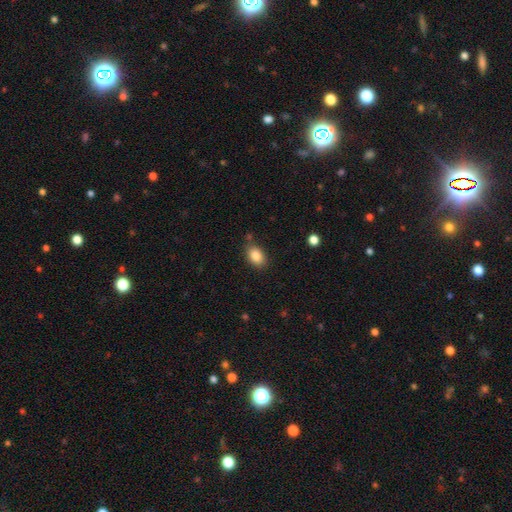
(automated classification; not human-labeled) smooth 86%, star or artifact 8%, featured or disk 6%. Down the decision tree: how rounded — in between (83%); merging — none (79%).